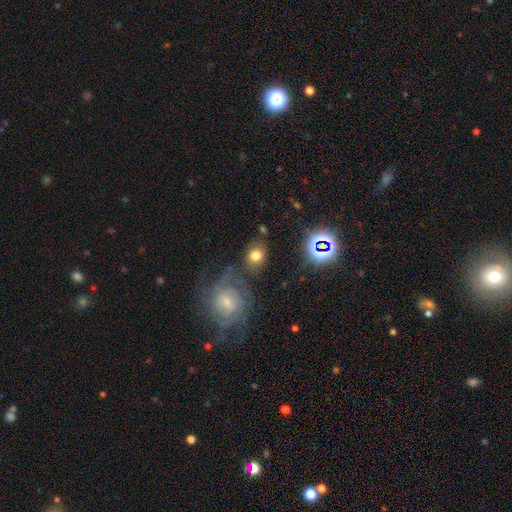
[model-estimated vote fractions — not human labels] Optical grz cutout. It shows a smooth galaxy with no disk features (70%) that is round (56%). Merging: none (67%).